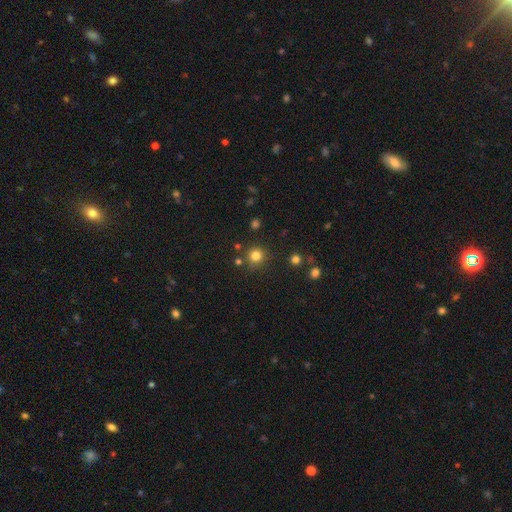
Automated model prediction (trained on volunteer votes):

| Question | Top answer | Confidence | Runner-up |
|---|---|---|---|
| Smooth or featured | smooth | 80% | star or artifact (15%) |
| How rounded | round | 92% | in between (7%) |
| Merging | none | 81% | minor disturbance (10%) |